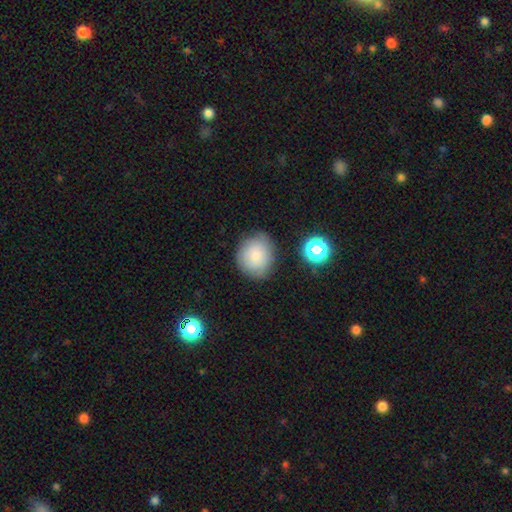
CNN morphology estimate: The model was most divided on "how rounded": round: 75%, in between: 24%, cigar-shaped: 1%. More confident: smooth or featured — smooth (78%); merging — none (73%).